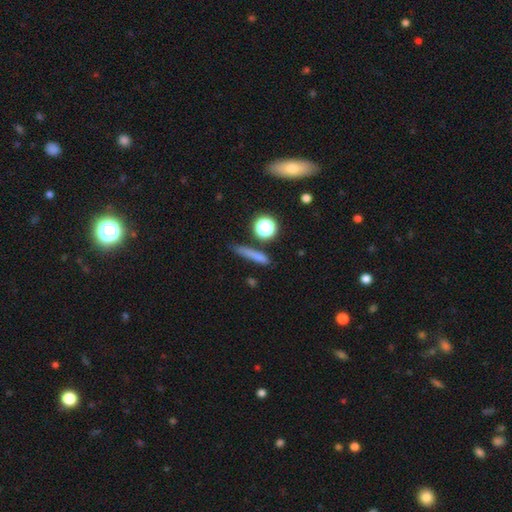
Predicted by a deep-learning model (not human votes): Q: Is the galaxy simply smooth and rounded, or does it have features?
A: smooth — 69%.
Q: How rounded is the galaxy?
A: cigar-shaped — 75%.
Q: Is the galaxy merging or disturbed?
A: none — 71%.